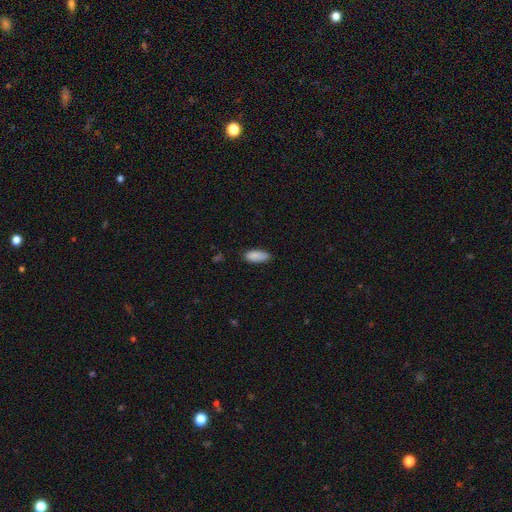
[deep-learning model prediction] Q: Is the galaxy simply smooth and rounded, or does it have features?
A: smooth — 89%.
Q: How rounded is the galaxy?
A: in between — 86%.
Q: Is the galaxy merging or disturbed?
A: none — 79%.